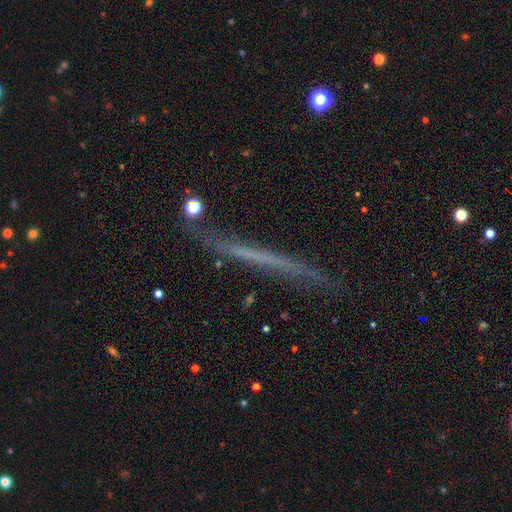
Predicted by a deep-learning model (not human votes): A featured or disk galaxy (53%) viewed edge-on (92%).

Vote fractions:
- Smooth or featured? featured or disk: 53% / smooth: 36% / star or artifact: 11%
- Edge-on disk? yes: 92% / no: 8%
- Merging? none: 78% / minor disturbance: 15% / major disturbance: 4% / merger: 3%